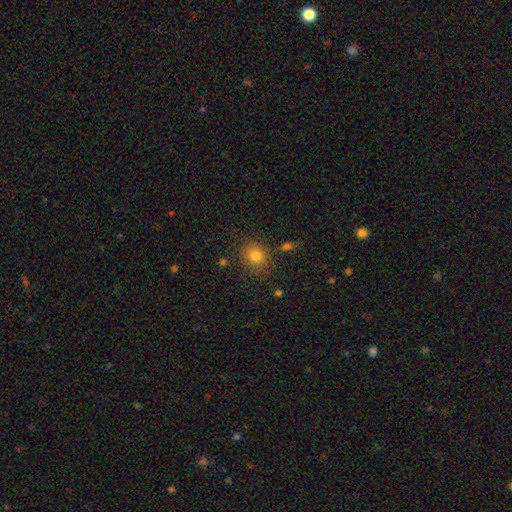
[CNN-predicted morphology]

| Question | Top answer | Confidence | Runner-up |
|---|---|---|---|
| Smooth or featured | smooth | 80% | star or artifact (12%) |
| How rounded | round | 74% | in between (25%) |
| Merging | none | 81% | minor disturbance (12%) |